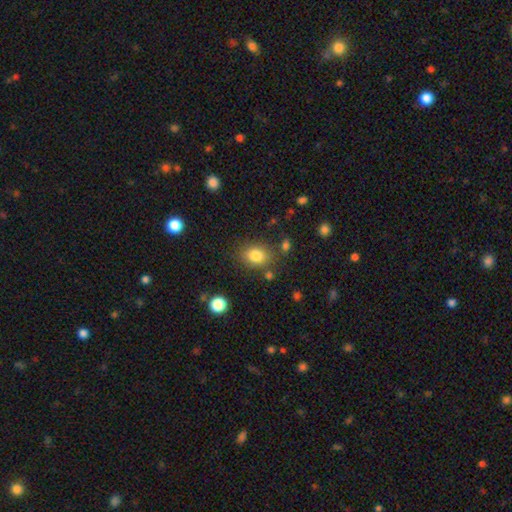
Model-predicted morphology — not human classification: Q: Smooth or featured?
A: smooth (82%); runner-up: star or artifact (10%)
Q: How rounded?
A: in between (62%); runner-up: round (37%)
Q: Merging?
A: none (77%); runner-up: minor disturbance (13%)